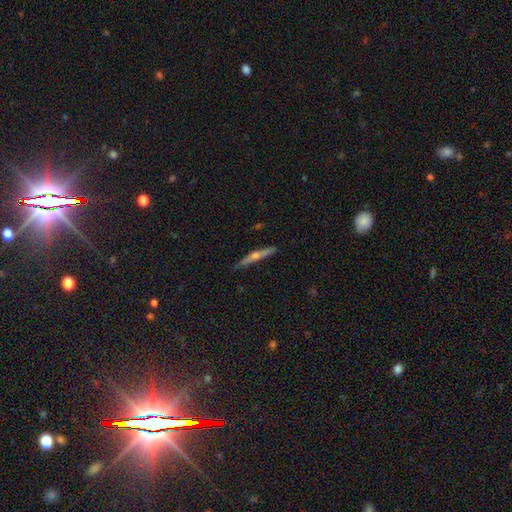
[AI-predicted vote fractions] Smooth or featured?
  - featured or disk: 66% *
  - smooth: 27%
  - star or artifact: 7%
Edge-on disk?
  - yes: 97% *
  - no: 3%
Edge-on bulge?
  - rounded: 83% *
  - none: 13%
  - boxy: 4%
Merging?
  - none: 88% *
  - minor disturbance: 9%
  - major disturbance: 2%
  - merger: 1%